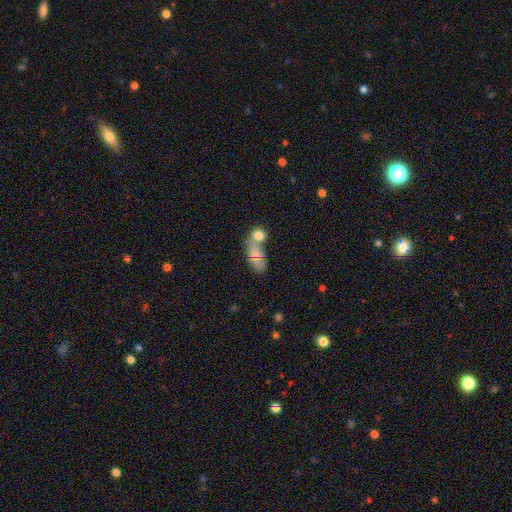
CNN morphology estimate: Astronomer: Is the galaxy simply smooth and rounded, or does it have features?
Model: smooth — 67%.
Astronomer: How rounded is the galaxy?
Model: in between — 79%.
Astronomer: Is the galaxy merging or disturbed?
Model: merger — 46% (runner-up: none, 33%).